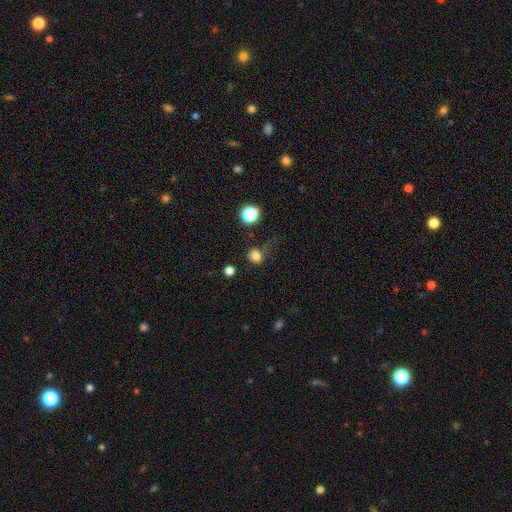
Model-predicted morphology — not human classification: Overall: smooth (79%). How rounded: round (73%). Merging: none (54%; minor disturbance 24%).